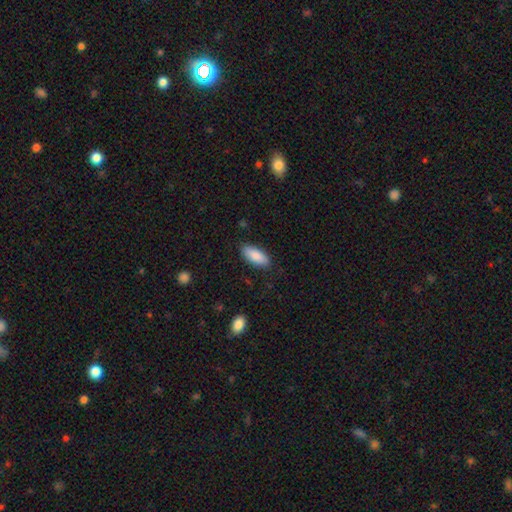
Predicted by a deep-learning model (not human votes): Smooth or featured? Predicted: smooth (p=0.88). How rounded? Predicted: in between (p=0.84). Merging? Predicted: none (p=0.87).